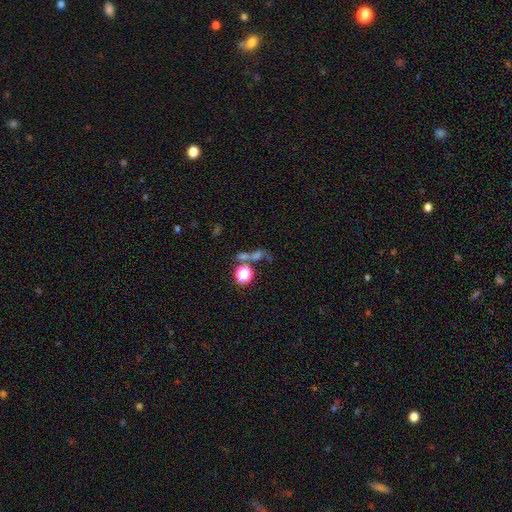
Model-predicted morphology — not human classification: Smooth or featured: star or artifact — 42% (smooth — 35%)